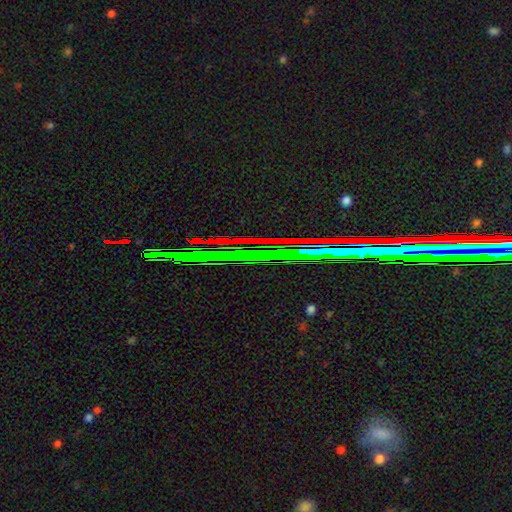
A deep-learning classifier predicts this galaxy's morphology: star or artifact 76%, featured or disk 14%, smooth 10%.